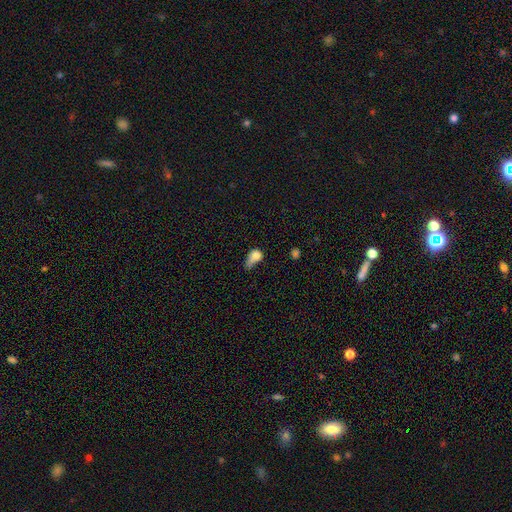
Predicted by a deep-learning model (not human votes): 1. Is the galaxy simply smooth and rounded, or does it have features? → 74% smooth, 16% featured or disk, 10% star or artifact.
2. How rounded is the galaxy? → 58% in between, 38% round, 4% cigar-shaped.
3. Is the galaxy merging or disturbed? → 42% major disturbance, 28% minor disturbance, 19% none, 11% merger.